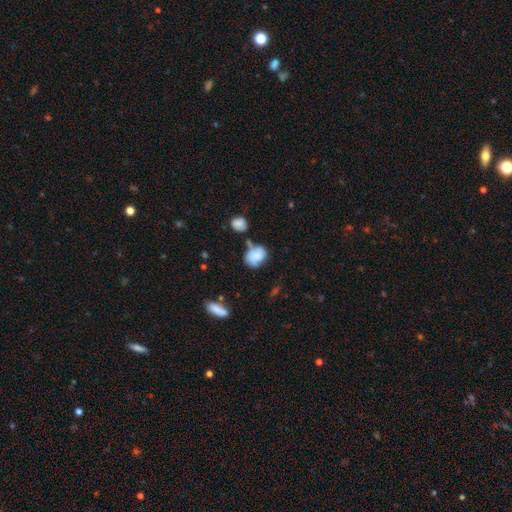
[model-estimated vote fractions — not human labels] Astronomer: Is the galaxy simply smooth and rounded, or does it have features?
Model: smooth — 68%.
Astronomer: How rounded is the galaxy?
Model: in between — 56% (runner-up: round, 42%).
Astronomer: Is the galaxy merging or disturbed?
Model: none — 40% (runner-up: minor disturbance, 27%).